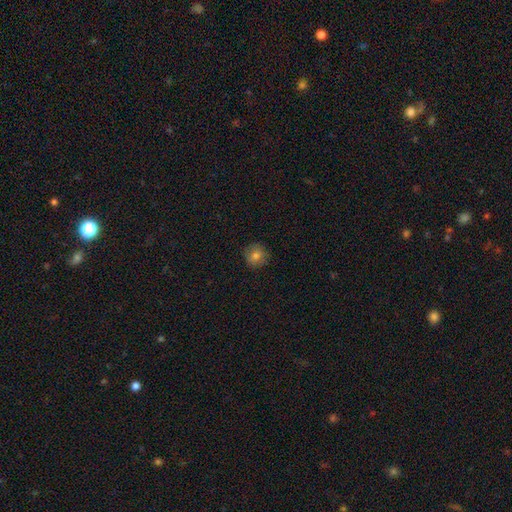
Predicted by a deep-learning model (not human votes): Overall: smooth (76%). How rounded: round (89%). Merging: none (84%).